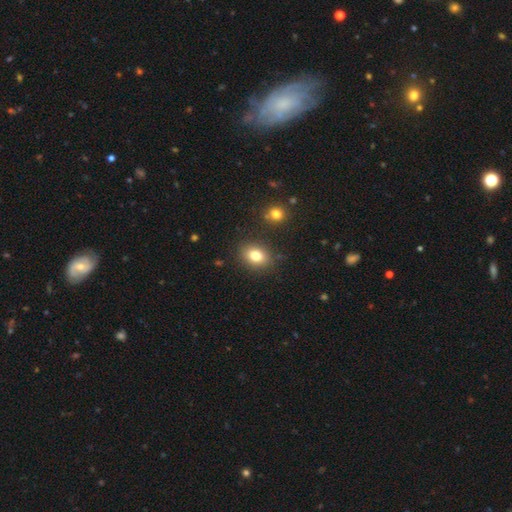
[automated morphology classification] This is clearly a smooth galaxy (80%). How rounded: likely in between (65%). Merging: clearly none (85%).